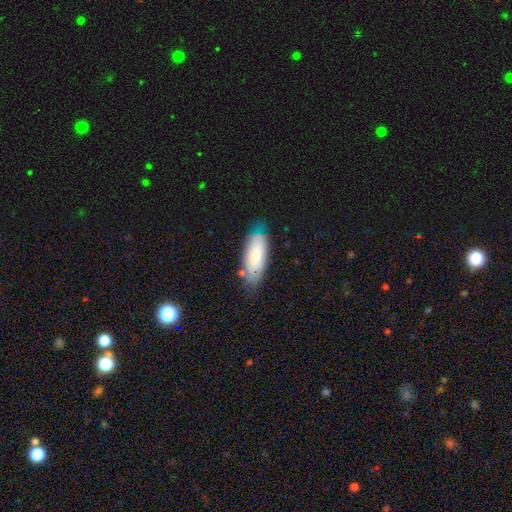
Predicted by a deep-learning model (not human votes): The model was most divided on "merging": none: 71%, minor disturbance: 21%, major disturbance: 4%, merger: 3%. More confident: how rounded — in between (81%); smooth or featured — smooth (73%).